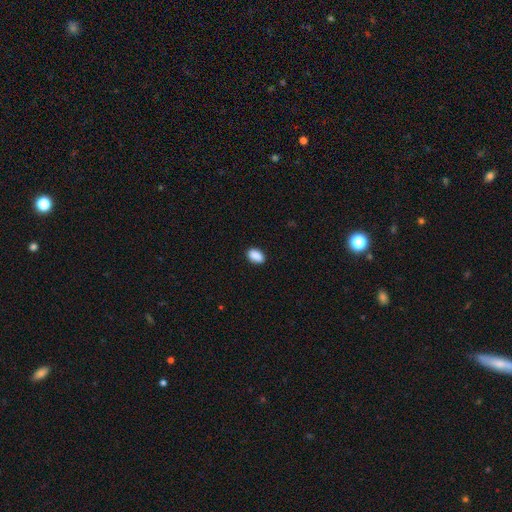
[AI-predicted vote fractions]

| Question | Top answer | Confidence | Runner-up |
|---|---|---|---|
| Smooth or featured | smooth | 90% | star or artifact (8%) |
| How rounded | in between | 88% | round (10%) |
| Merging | none | 87% | minor disturbance (10%) |